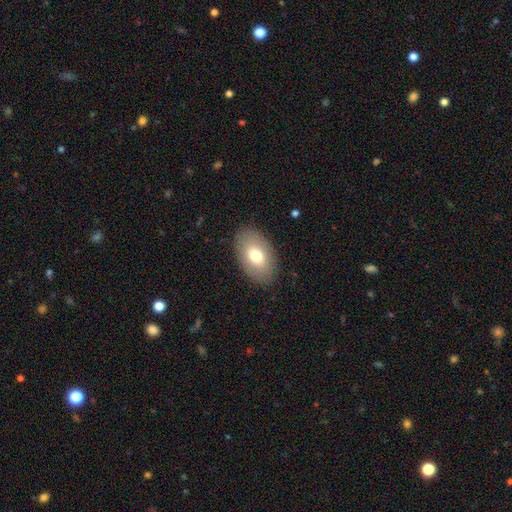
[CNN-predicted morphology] smooth_or_featured: smooth (p=0.73) [alt: featured or disk p=0.20]
how_rounded: in between (p=0.91) [alt: round p=0.07]
merging: none (p=0.87) [alt: minor disturbance p=0.09]